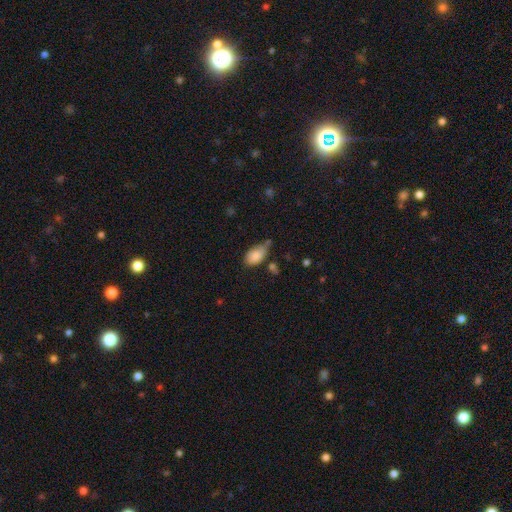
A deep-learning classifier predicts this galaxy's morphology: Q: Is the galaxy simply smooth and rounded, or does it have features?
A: smooth — 84%.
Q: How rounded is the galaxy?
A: in between — 92%.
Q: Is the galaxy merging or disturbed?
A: none — 46%.